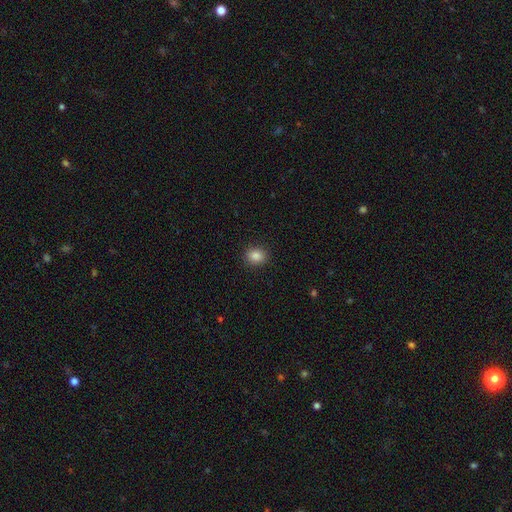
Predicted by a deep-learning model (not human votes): Morphology: type=smooth (86%); roundness=round (61%); merging=none (90%).